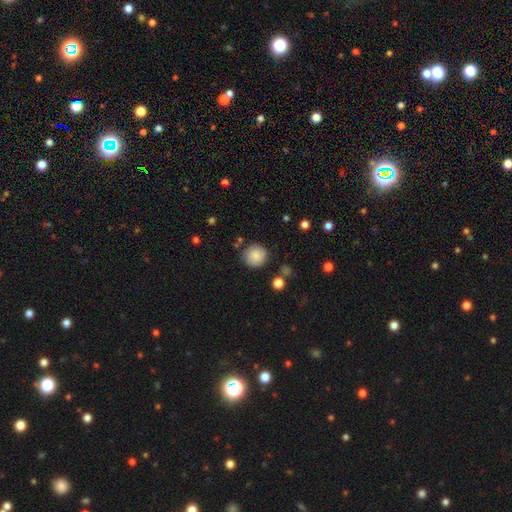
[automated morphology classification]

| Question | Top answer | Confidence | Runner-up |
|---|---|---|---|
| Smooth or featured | smooth | 84% | star or artifact (8%) |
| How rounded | round | 93% | in between (6%) |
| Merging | none | 84% | minor disturbance (10%) |